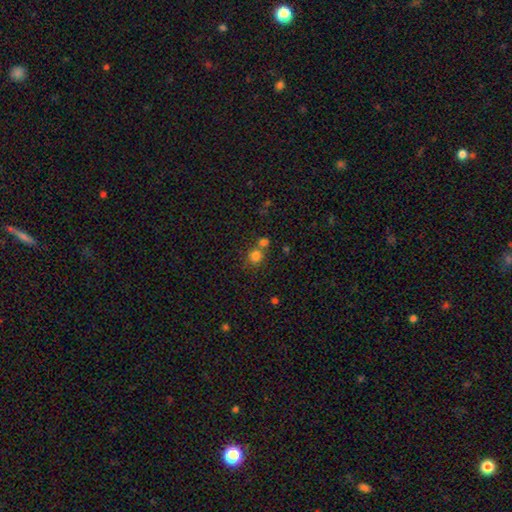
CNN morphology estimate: Smooth or featured?
  - smooth: 79% *
  - star or artifact: 14%
  - featured or disk: 7%
How rounded?
  - round: 88% *
  - in between: 11%
  - cigar-shaped: 1%
Merging?
  - none: 54% *
  - merger: 35%
  - minor disturbance: 8%
  - major disturbance: 3%